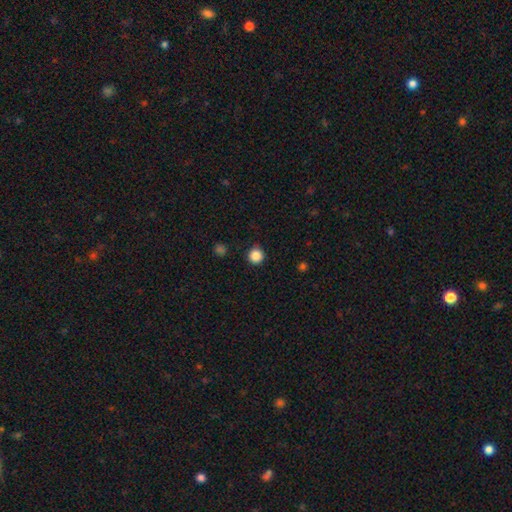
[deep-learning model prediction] The model was most divided on "smooth or featured": smooth: 86%, star or artifact: 11%, featured or disk: 3%. More confident: how rounded — round (94%); merging — none (90%).